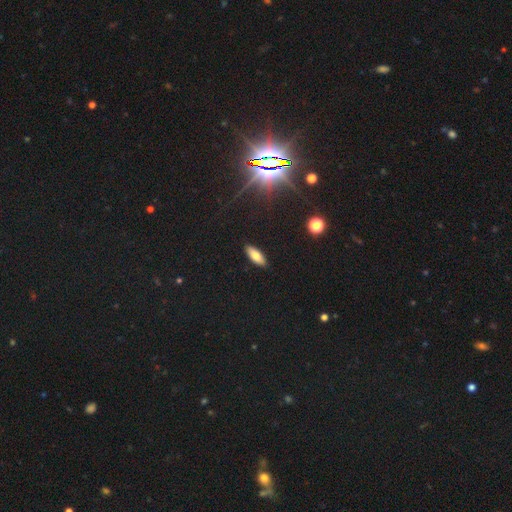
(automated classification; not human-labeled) Smooth or featured? smooth (77%)
How rounded? in between (71%)
Merging? none (89%)